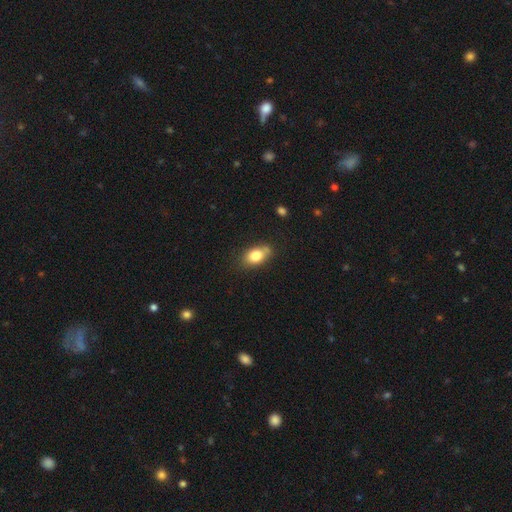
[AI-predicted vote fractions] Smooth or featured? smooth (80%)
How rounded? in between (83%)
Merging? none (68%)